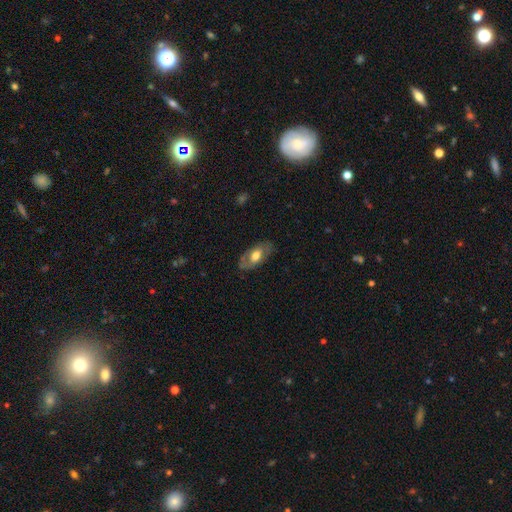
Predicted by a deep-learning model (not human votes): This is possibly a smooth galaxy (48%). Merging: likely none (78%).